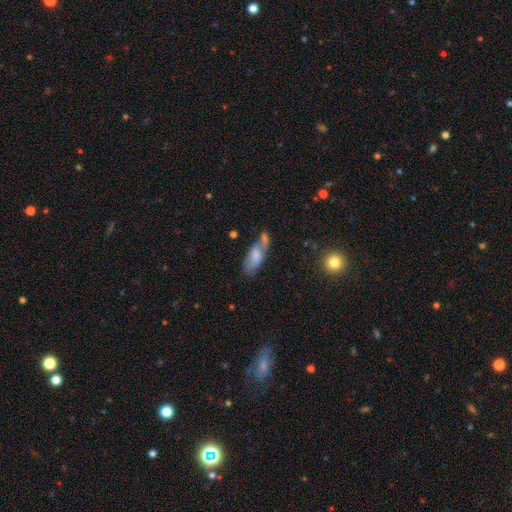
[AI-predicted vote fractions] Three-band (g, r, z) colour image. It shows a smooth galaxy with no disk features (67%) that is in between round and cigar-shaped (74%). Merging: none (38%).